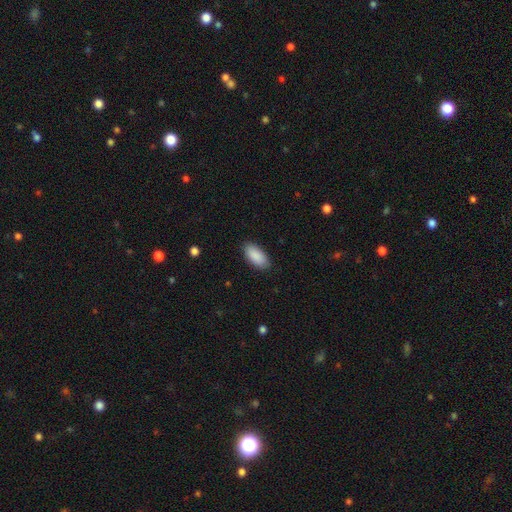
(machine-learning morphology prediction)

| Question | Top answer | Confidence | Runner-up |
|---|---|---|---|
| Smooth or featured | smooth | 90% | star or artifact (6%) |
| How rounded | in between | 93% | cigar-shaped (5%) |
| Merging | none | 87% | minor disturbance (10%) |